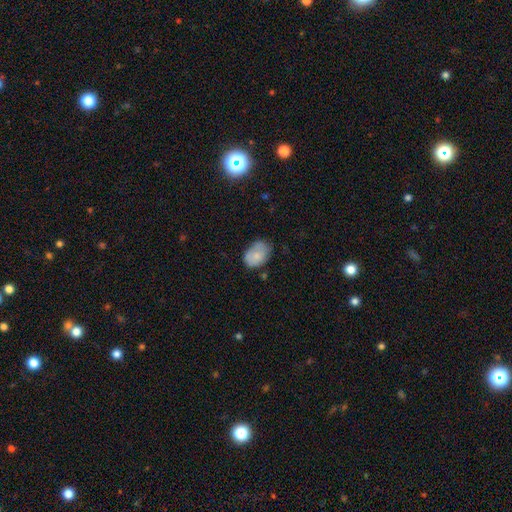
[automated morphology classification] Smooth or featured: smooth — 78% (featured or disk — 15%)
How rounded: in between — 84% (round — 15%)
Merging: none — 60% (minor disturbance — 31%)